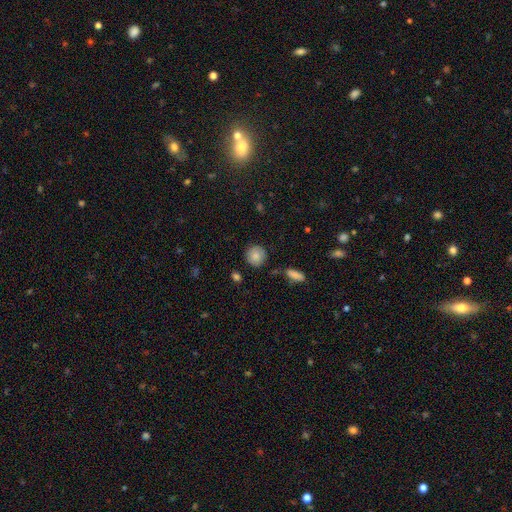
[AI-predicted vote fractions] smooth 84%, featured or disk 8%, star or artifact 8%. Down the decision tree: how rounded — round (92%); merging — none (86%).